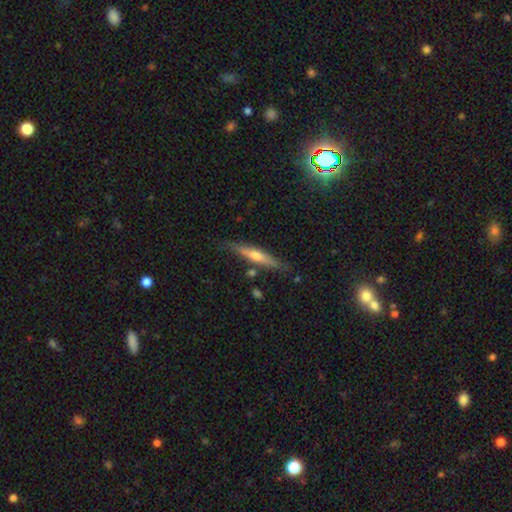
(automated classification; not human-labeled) The model was most divided on "smooth or featured": featured or disk: 59%, smooth: 34%, star or artifact: 7%. More confident: edge-on disk — yes (94%); edge-on bulge — rounded (81%); merging — none (80%).